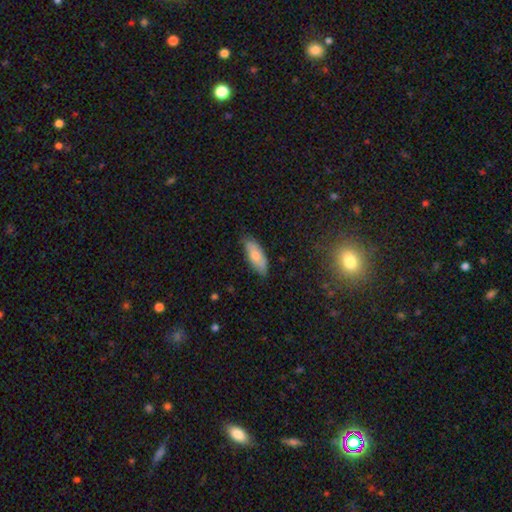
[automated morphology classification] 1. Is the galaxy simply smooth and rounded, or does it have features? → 72% smooth, 22% featured or disk, 6% star or artifact.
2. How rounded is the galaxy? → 77% in between, 21% cigar-shaped, 2% round.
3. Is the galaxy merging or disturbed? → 75% none, 21% minor disturbance, 3% major disturbance, 1% merger.